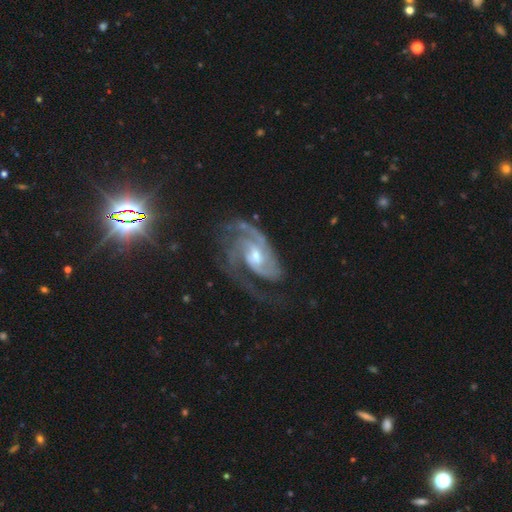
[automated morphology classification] Smooth or featured? Predicted: featured or disk (p=0.91). Edge-on disk? Predicted: no (p=0.97). Bar? Predicted: no (p=0.52). Spiral arms? Predicted: yes (p=0.98). Spiral winding? Predicted: medium (p=0.47). Spiral arm count? Predicted: 2 (p=0.38). Bulge size? Predicted: moderate (p=0.49). Merging? Predicted: none (p=0.58).